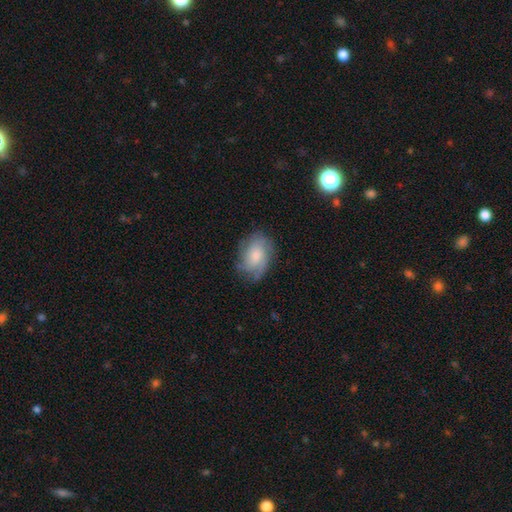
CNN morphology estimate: Smooth or featured? Predicted: featured or disk (p=0.53). Edge-on disk? Predicted: no (p=0.97). Bar? Predicted: no (p=0.71). Spiral arms? Predicted: yes (p=0.87). Bulge size? Predicted: moderate (p=0.44). Merging? Predicted: none (p=0.71).